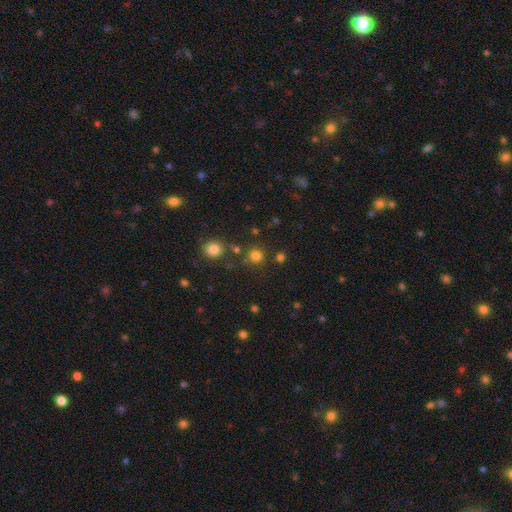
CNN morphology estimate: Smooth or featured: smooth — 76% (star or artifact — 18%)
How rounded: round — 92% (in between — 7%)
Merging: none — 79% (merger — 9%)